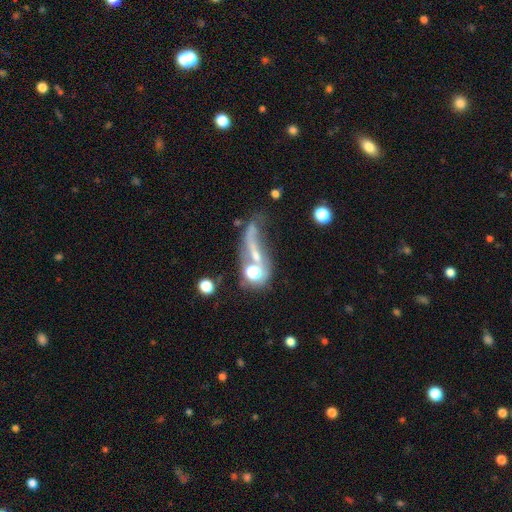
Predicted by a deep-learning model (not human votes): This is possibly a featured or disk galaxy (45%). Merging: marginally major disturbance (32%).